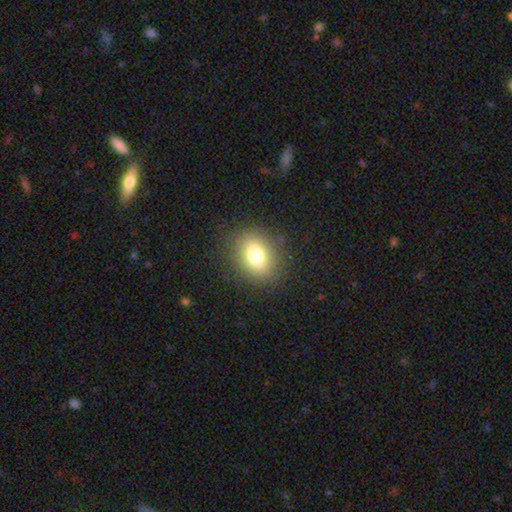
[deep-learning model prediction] A smooth galaxy with no disk features (76%) that is in between round and cigar-shaped (54%). Merging: none (86%).